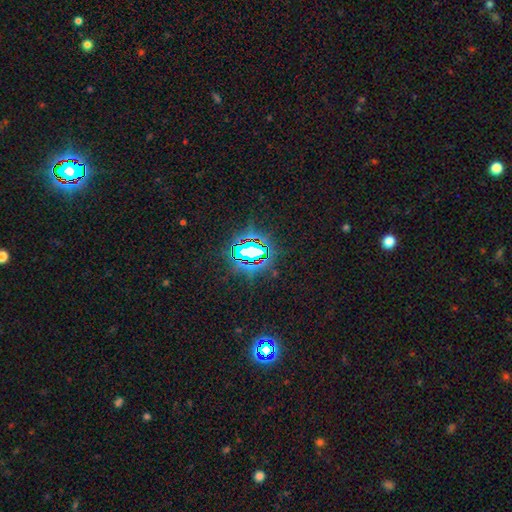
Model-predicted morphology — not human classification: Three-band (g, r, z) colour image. It shows a star or artifact, not a galaxy (76%).